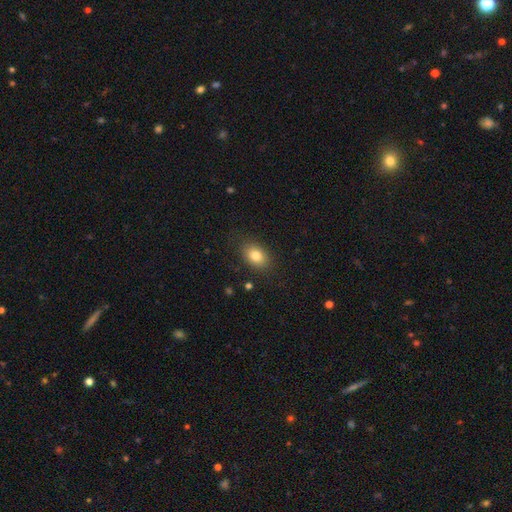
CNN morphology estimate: smooth 82%, star or artifact 9%, featured or disk 9%. Down the decision tree: how rounded — in between (78%); merging — none (84%).